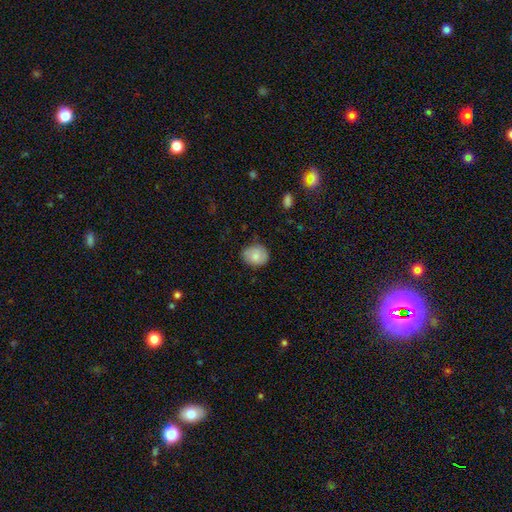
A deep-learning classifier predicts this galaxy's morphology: Smooth or featured? smooth (81%)
How rounded? round (62%)
Merging? none (77%)